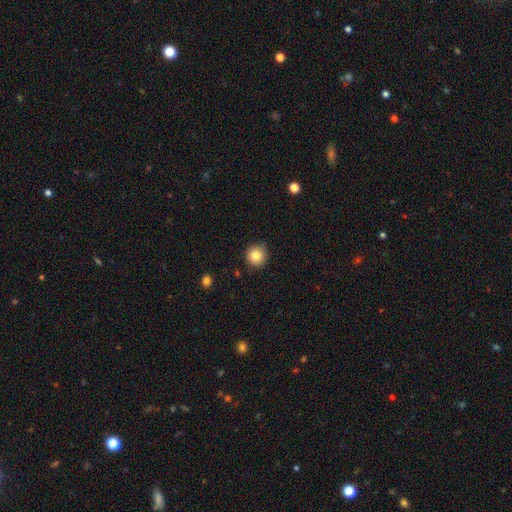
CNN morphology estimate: This appears to be a smooth galaxy with no disk features (82%) that is round (94%). Merging: none (86%).